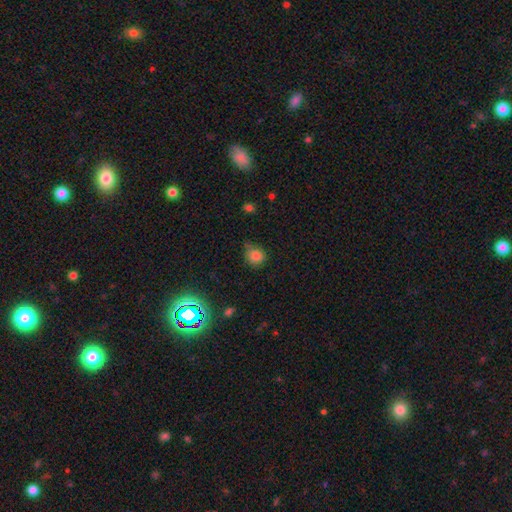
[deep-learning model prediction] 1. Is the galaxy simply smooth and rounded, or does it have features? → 81% smooth, 13% star or artifact, 6% featured or disk.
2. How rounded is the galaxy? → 78% round, 21% in between, 1% cigar-shaped.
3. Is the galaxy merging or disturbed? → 57% none, 32% minor disturbance, 7% major disturbance, 4% merger.